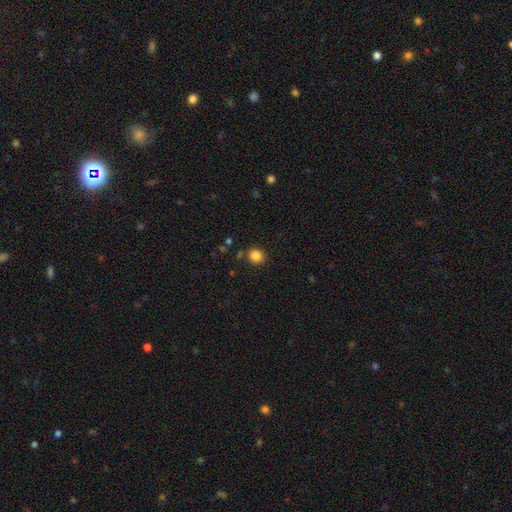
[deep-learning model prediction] This appears to be a smooth galaxy with no disk features (85%) that is round (83%). Merging: none (86%).